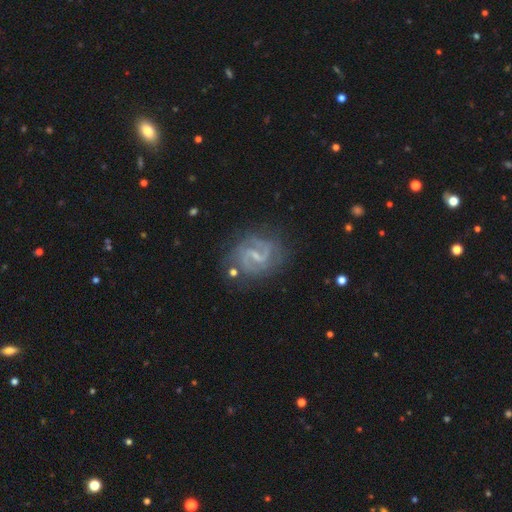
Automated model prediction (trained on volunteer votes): Q: Smooth or featured?
A: featured or disk (88%); runner-up: star or artifact (6%)
Q: Edge-on disk?
A: no (98%); runner-up: yes (2%)
Q: Bar?
A: weak (49%); runner-up: strong (39%)
Q: Spiral arms?
A: yes (96%); runner-up: no (4%)
Q: Spiral winding?
A: medium (52%); runner-up: tight (29%)
Q: Spiral arm count?
A: 2 (87%); runner-up: can't tell (5%)
Q: Bulge size?
A: small (55%); runner-up: none (28%)
Q: Merging?
A: none (76%); runner-up: minor disturbance (15%)